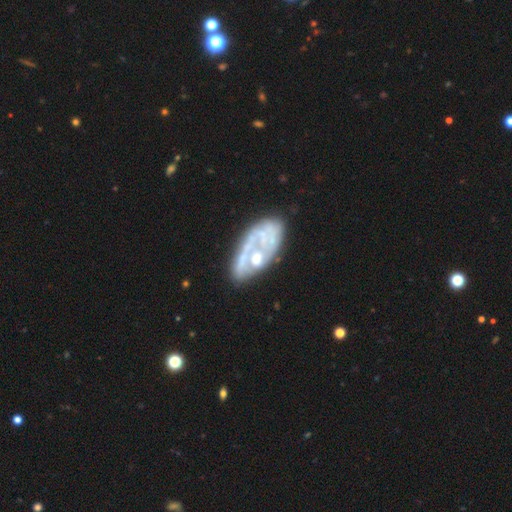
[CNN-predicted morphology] smooth-or-featured: featured or disk: 68% | smooth: 24% | star or artifact: 8%
  disk-edge-on: no: 93% | yes: 7%
    bar: no: 79% | weak: 16% | strong: 5%
    has-spiral-arms: no: 58% | yes: 42%
    bulge-size: moderate: 38% | small: 33% | none: 22% | large: 5% | dominant: 2%
  merging: none: 50% | minor disturbance: 22% | major disturbance: 19% | merger: 9%